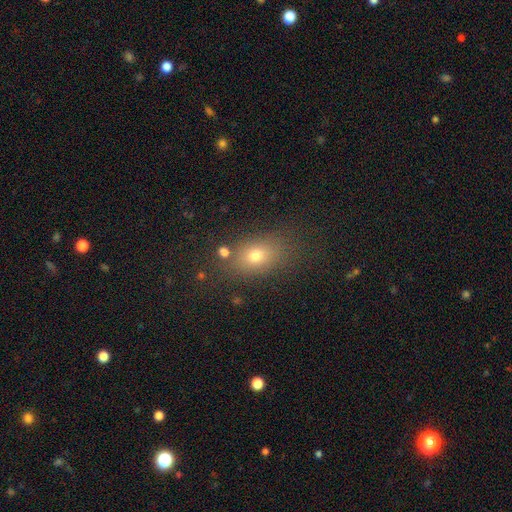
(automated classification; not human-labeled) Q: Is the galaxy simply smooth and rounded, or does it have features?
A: smooth — 72%.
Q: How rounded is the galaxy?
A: in between — 69%.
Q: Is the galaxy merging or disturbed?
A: none — 75%.